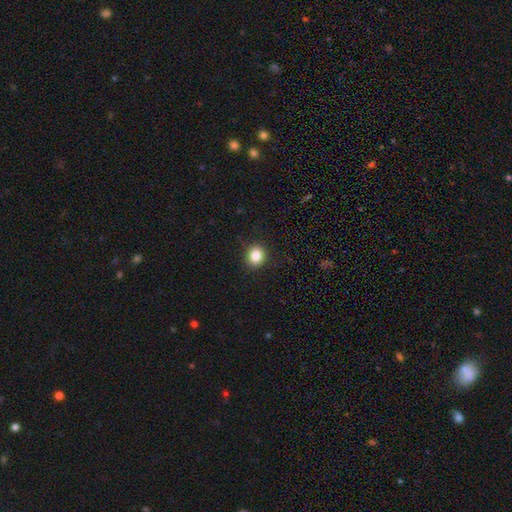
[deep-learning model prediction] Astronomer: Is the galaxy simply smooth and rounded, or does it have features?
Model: smooth — 85%.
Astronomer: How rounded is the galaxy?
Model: round — 70%.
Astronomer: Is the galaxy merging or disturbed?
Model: none — 90%.